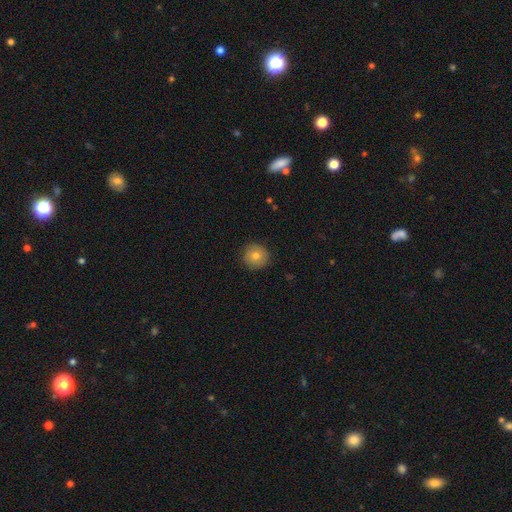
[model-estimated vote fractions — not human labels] A smooth galaxy with no disk features (77%) that is round (94%). Merging: none (88%).